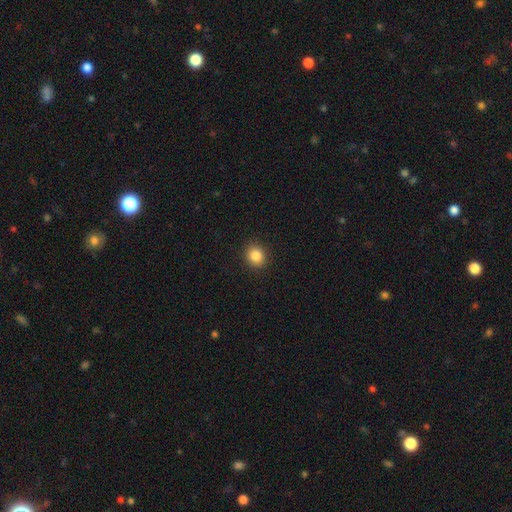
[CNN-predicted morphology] smooth-or-featured: smooth: 85% | star or artifact: 10% | featured or disk: 5%
  how-rounded: round: 77% | in between: 22% | cigar-shaped: 1%
  merging: none: 91% | minor disturbance: 6% | major disturbance: 2% | merger: 1%